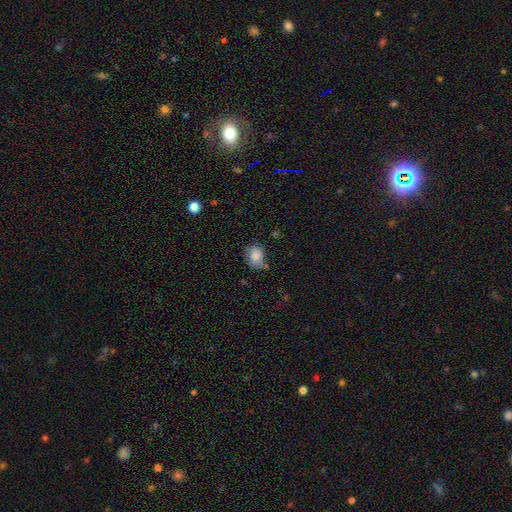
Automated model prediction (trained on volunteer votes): Q: Smooth or featured?
A: smooth (85%); runner-up: star or artifact (9%)
Q: How rounded?
A: in between (53%); runner-up: round (46%)
Q: Merging?
A: none (64%); runner-up: minor disturbance (25%)